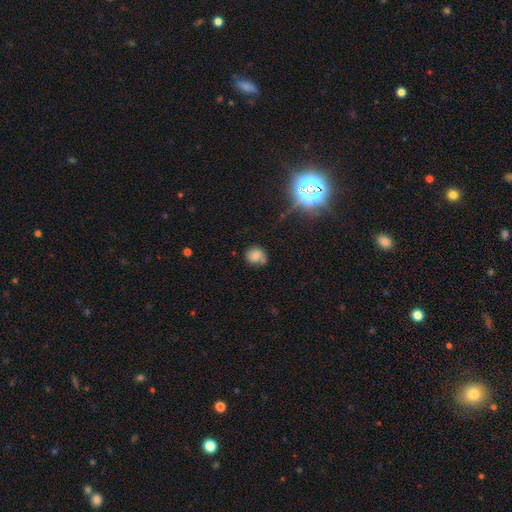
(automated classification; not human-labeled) Smooth or featured? Predicted: smooth (p=0.67). How rounded? Predicted: round (p=0.67). Merging? Predicted: none (p=0.57).